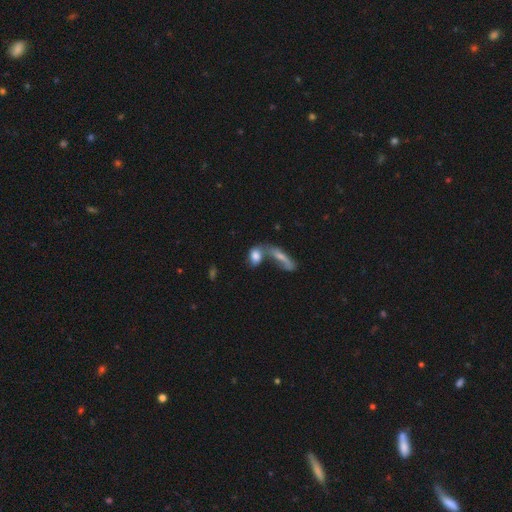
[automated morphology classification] Q: Smooth or featured?
A: smooth (71%); runner-up: featured or disk (19%)
Q: How rounded?
A: in between (73%); runner-up: round (16%)
Q: Merging?
A: merger (56%); runner-up: none (26%)